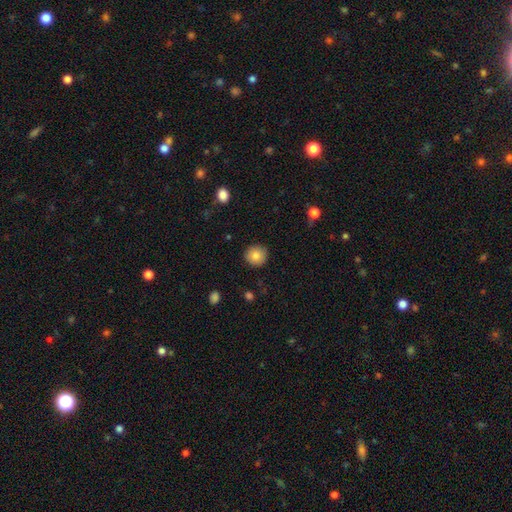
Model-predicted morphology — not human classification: Overall: smooth (84%). How rounded: round (93%). Merging: none (90%).